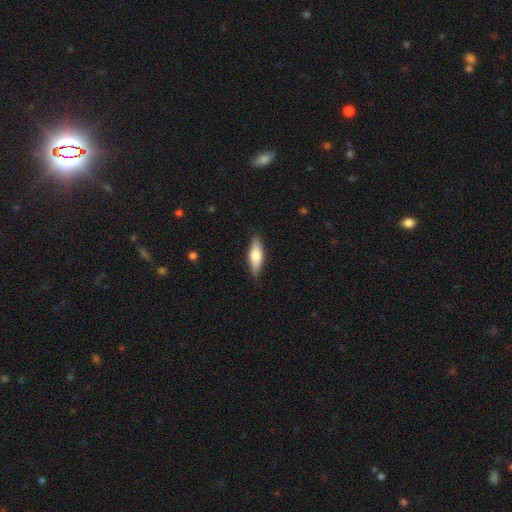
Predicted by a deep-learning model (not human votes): Q: Smooth or featured?
A: smooth (65%); runner-up: featured or disk (29%)
Q: How rounded?
A: in between (58%); runner-up: cigar-shaped (39%)
Q: Merging?
A: none (86%); runner-up: minor disturbance (11%)